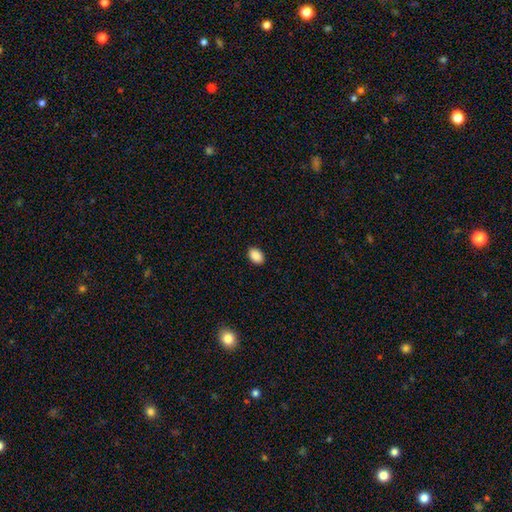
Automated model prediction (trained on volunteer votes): Smooth or featured?
  - smooth: 90% *
  - star or artifact: 8%
  - featured or disk: 3%
How rounded?
  - in between: 88% *
  - round: 11%
  - cigar-shaped: 1%
Merging?
  - none: 90% *
  - minor disturbance: 7%
  - major disturbance: 2%
  - merger: 1%